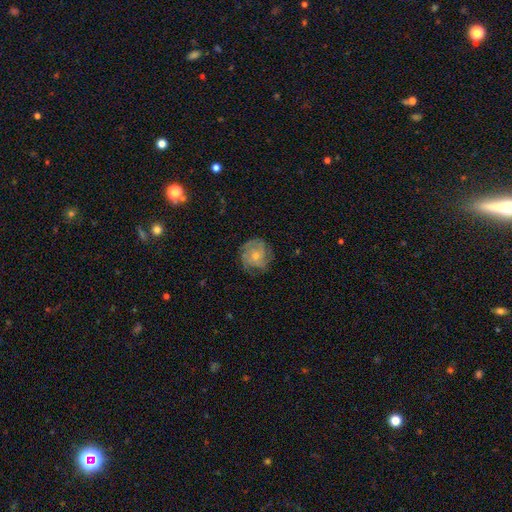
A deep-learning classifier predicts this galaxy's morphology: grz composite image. It shows a featured or disk galaxy (56%) with no bar (82%), spiral arms (77%) and a small central bulge (49%). Merging: none (68%).